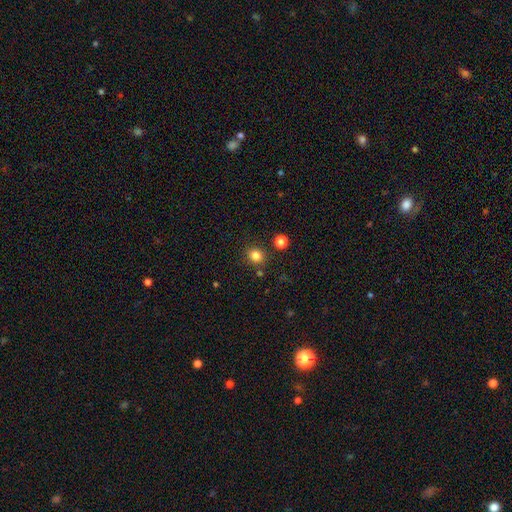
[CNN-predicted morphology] type=smooth (82%); roundness=round (84%); merging=none (84%).